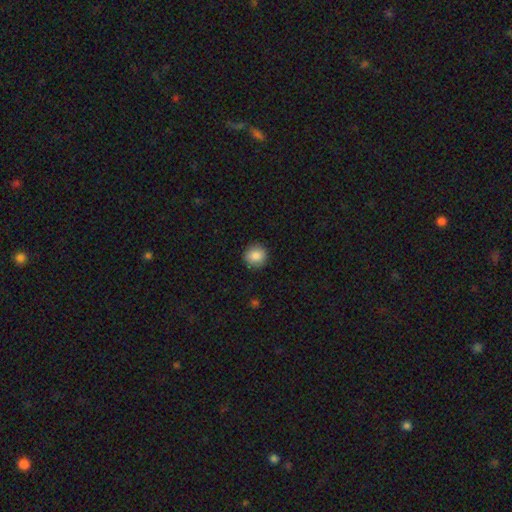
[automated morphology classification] Smooth or featured?
  - smooth: 85% *
  - star or artifact: 9%
  - featured or disk: 6%
How rounded?
  - round: 93% *
  - in between: 6%
  - cigar-shaped: 1%
Merging?
  - none: 90% *
  - minor disturbance: 7%
  - major disturbance: 2%
  - merger: 1%